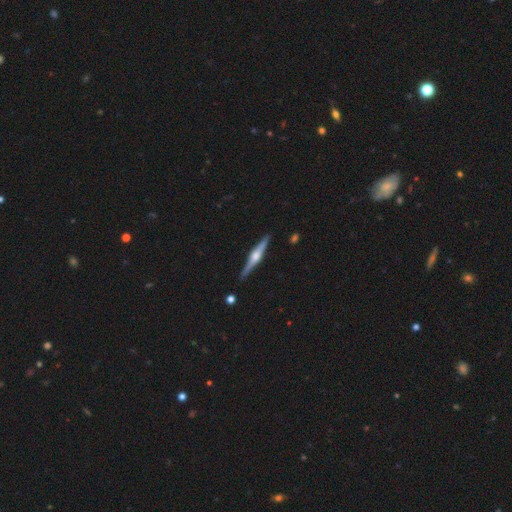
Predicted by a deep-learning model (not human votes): smooth-or-featured: featured or disk: 83% | smooth: 13% | star or artifact: 5%
  disk-edge-on: yes: 98% | no: 2%
    edge-on-bulge: rounded: 87% | boxy: 10% | none: 3%
  merging: none: 91% | minor disturbance: 6% | major disturbance: 1% | merger: 1%